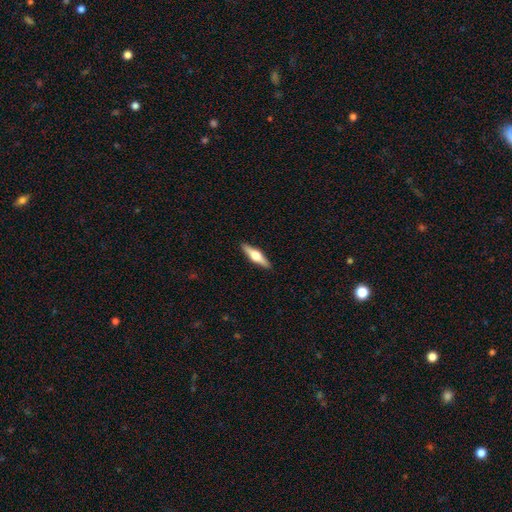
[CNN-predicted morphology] This appears to be a featured or disk galaxy (59%) viewed edge-on (96%) with a rounded central bulge (94%). Merging: none (91%).